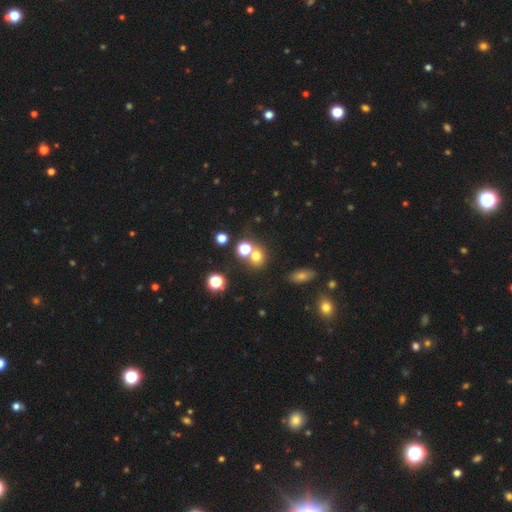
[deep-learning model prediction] A smooth galaxy with no disk features (67%) that is round (77%). Merging: none (55%).